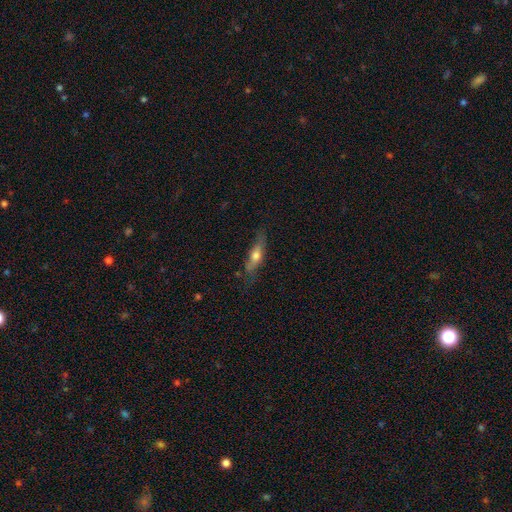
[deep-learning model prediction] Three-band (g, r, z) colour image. It shows a smooth galaxy with no disk features (56%) that is cigar-shaped (57%). Merging: none (66%).